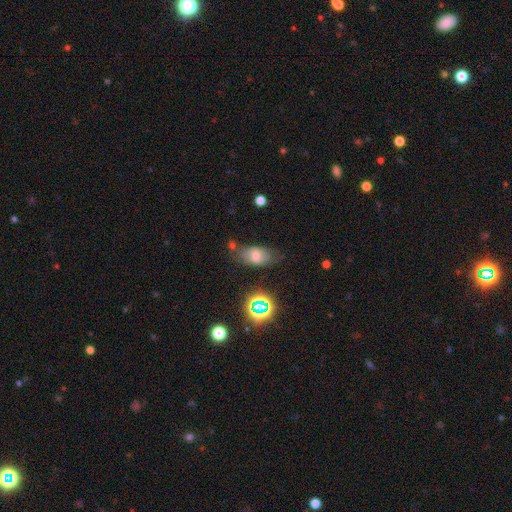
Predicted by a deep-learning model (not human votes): Smooth or featured? Predicted: smooth (p=0.59). How rounded? Predicted: in between (p=0.87). Merging? Predicted: none (p=0.63).